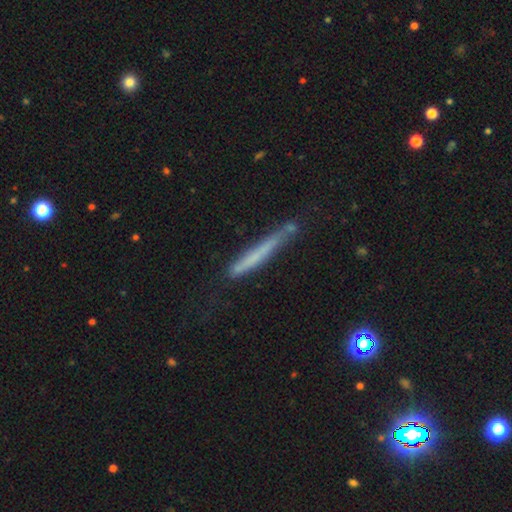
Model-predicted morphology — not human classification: Smooth or featured?
  - smooth: 55% *
  - featured or disk: 37%
  - star or artifact: 8%
How rounded?
  - cigar-shaped: 96% *
  - in between: 2%
  - round: 1%
Merging?
  - none: 68% *
  - minor disturbance: 22%
  - major disturbance: 6%
  - merger: 5%